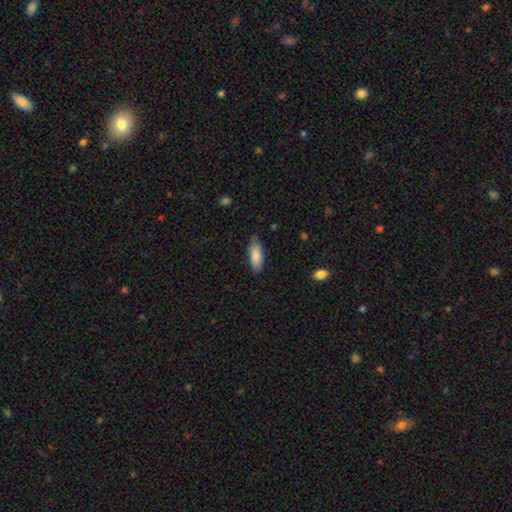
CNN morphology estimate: smooth_or_featured: smooth (p=0.86) [alt: featured or disk p=0.08]
how_rounded: in between (p=0.78) [alt: cigar-shaped p=0.20]
merging: none (p=0.80) [alt: minor disturbance p=0.16]